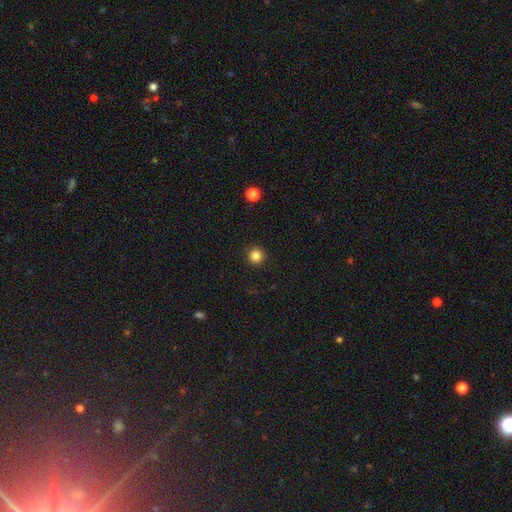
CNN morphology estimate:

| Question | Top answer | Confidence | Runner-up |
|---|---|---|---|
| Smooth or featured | smooth | 85% | star or artifact (12%) |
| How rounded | round | 96% | in between (3%) |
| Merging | none | 93% | minor disturbance (4%) |